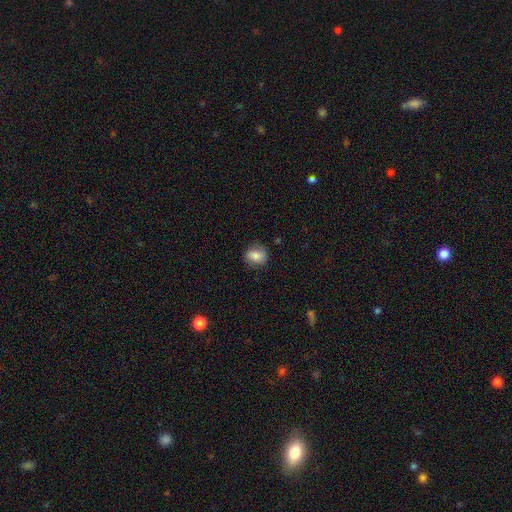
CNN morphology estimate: Overall: smooth (78%). How rounded: round (58%; in between 41%). Merging: none (76%).